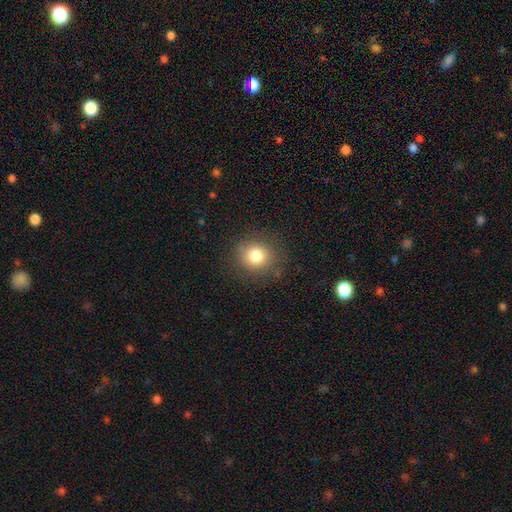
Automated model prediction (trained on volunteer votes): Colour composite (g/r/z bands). It shows a smooth galaxy with no disk features (81%) that is round (85%). Merging: none (84%).